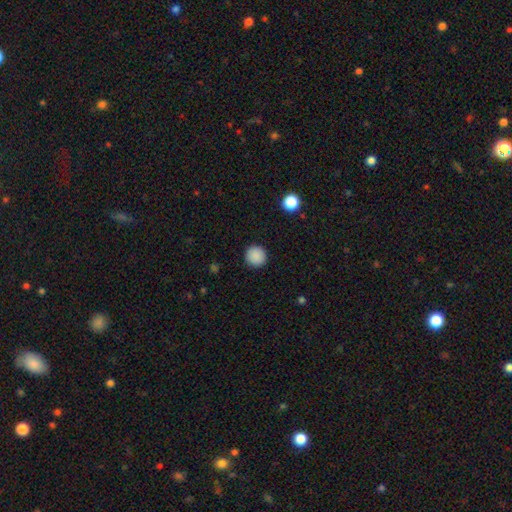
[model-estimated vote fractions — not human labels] The model was most divided on "smooth or featured": smooth: 88%, star or artifact: 9%, featured or disk: 3%. More confident: how rounded — round (95%); merging — none (92%).